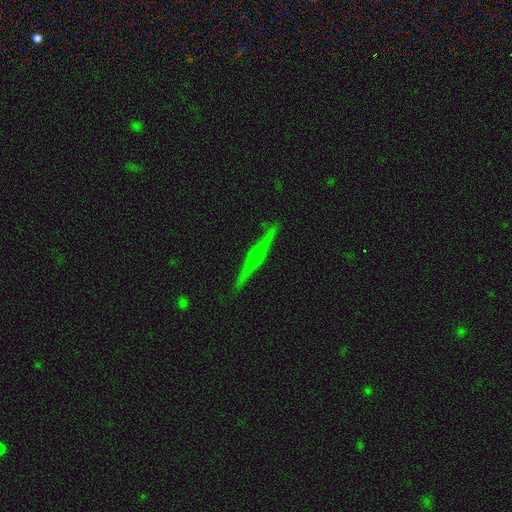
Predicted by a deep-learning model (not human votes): A featured or disk galaxy (74%) viewed edge-on (98%) with a rounded central bulge (66%). Merging: none (91%).